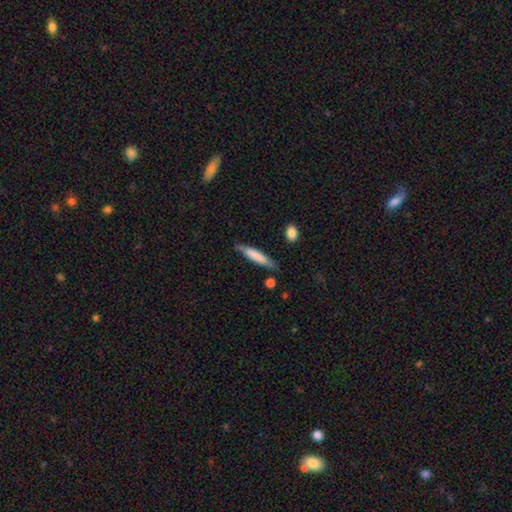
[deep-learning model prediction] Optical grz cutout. It shows a smooth galaxy with no disk features (74%) that is cigar-shaped (86%). Merging: none (75%).